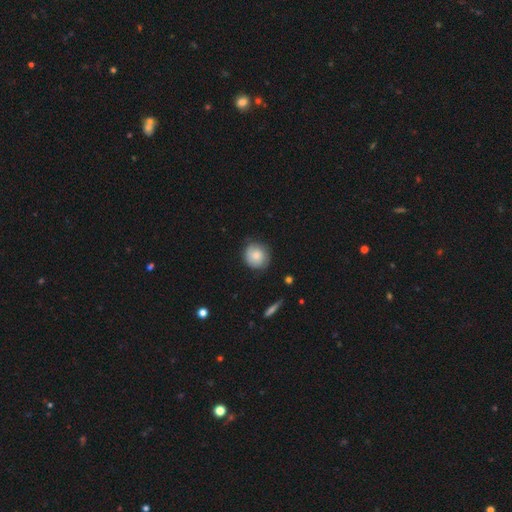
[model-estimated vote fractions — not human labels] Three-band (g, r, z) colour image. It shows a smooth galaxy with no disk features (70%) that is round (88%). Merging: none (77%).